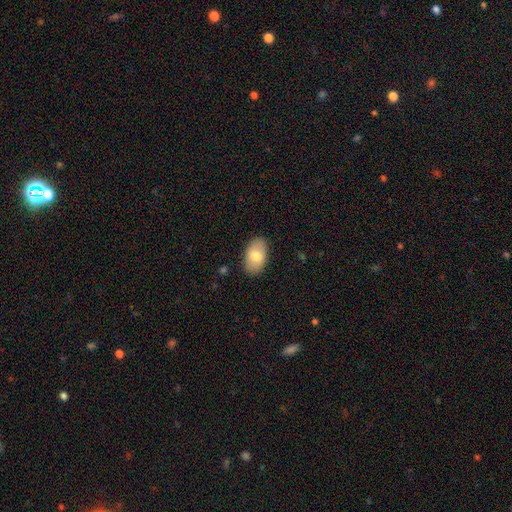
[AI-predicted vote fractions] smooth_or_featured: smooth (p=0.75) [alt: featured or disk p=0.19]
how_rounded: in between (p=0.92) [alt: round p=0.06]
merging: none (p=0.87) [alt: minor disturbance p=0.10]